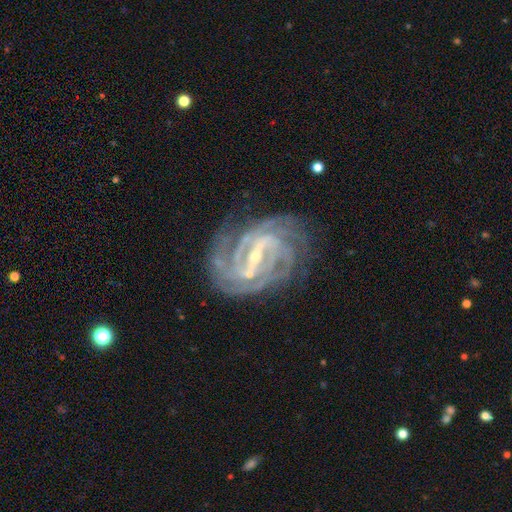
featured or disk 88%, smooth 10%, star or artifact 2%. Down the decision tree: edge-on disk — no (100%); bar — strong (66%); spiral arms — yes (100%); spiral arm count — can't tell (34%); spiral winding — tight (66%); bulge size — small (54%); merging — none (69%).